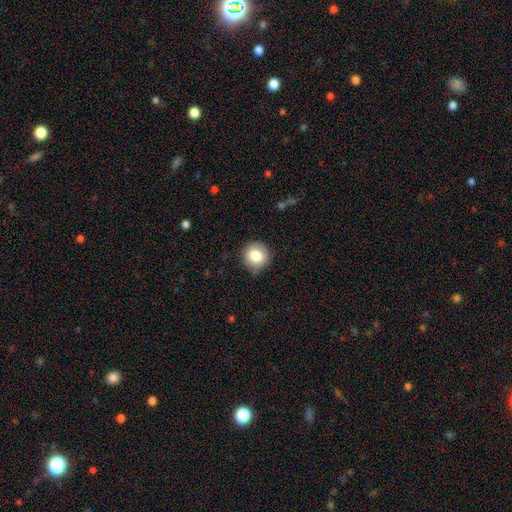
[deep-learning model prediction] A smooth galaxy with no disk features (82%) that is round (93%). Merging: none (85%).